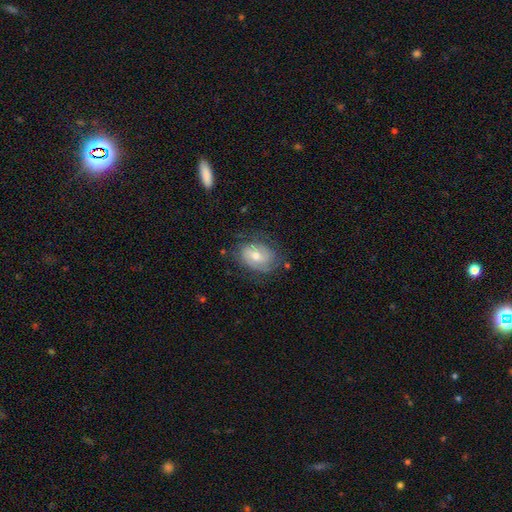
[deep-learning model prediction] This appears to be a featured or disk galaxy (57%) with no bar (54%), spiral arms (77%) and a moderate central bulge (67%). Merging: none (68%).